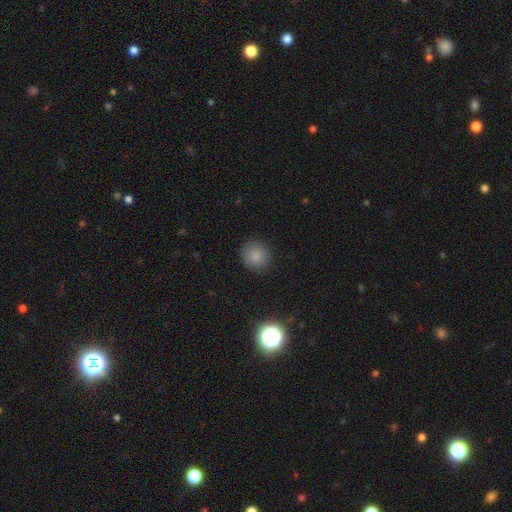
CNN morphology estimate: Smooth or featured? Predicted: smooth (p=0.83). How rounded? Predicted: round (p=0.87). Merging? Predicted: none (p=0.87).